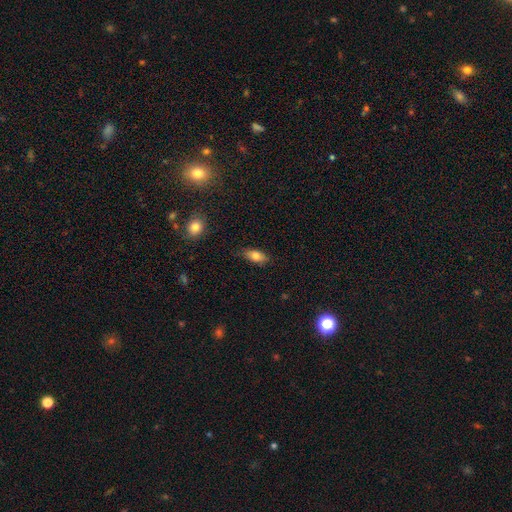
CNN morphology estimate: Smooth or featured? smooth (76%)
How rounded? in between (85%)
Merging? none (81%)